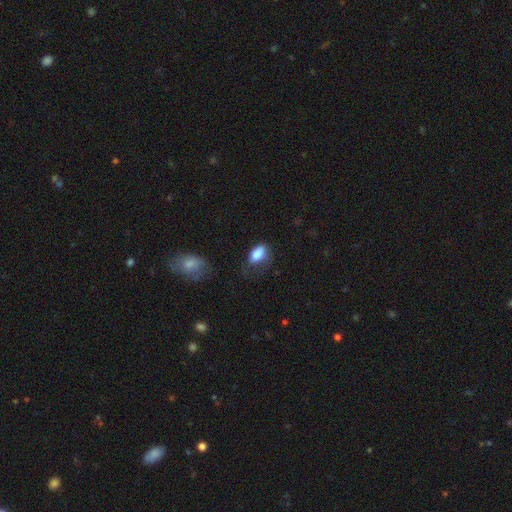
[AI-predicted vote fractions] Q: Smooth or featured?
A: smooth (85%); runner-up: star or artifact (8%)
Q: How rounded?
A: in between (90%); runner-up: round (7%)
Q: Merging?
A: none (50%); runner-up: minor disturbance (32%)